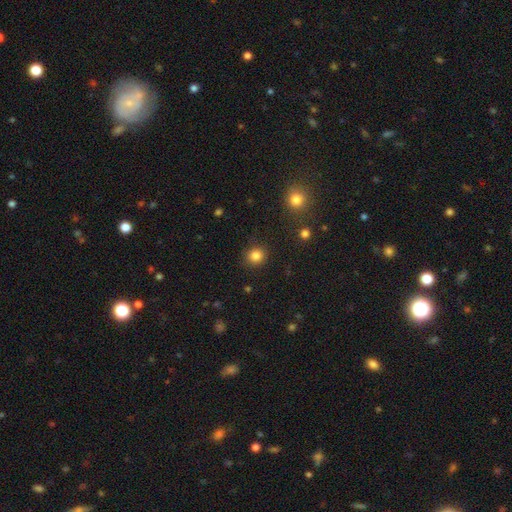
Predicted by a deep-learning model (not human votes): Smooth or featured? smooth (84%)
How rounded? round (88%)
Merging? none (89%)